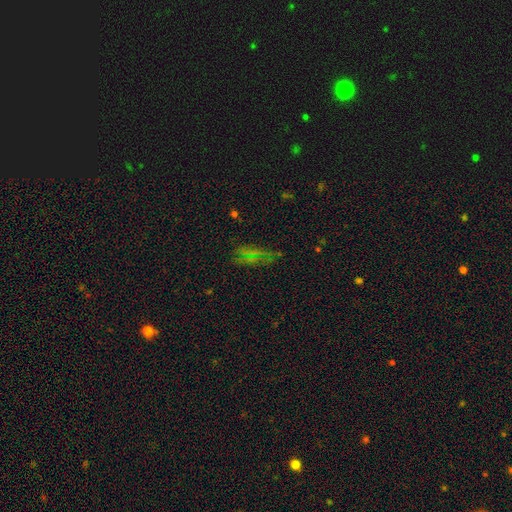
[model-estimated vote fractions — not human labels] Smooth or featured: star or artifact — 41% (smooth — 33%)